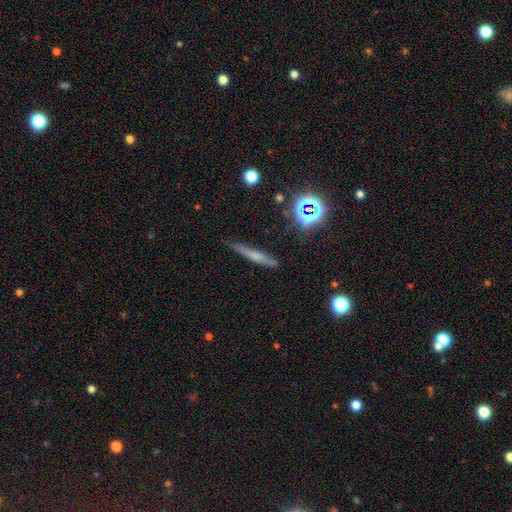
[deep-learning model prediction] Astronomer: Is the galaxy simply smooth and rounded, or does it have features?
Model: smooth — 49% (runner-up: featured or disk, 36%).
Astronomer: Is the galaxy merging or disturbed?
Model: none — 77%.